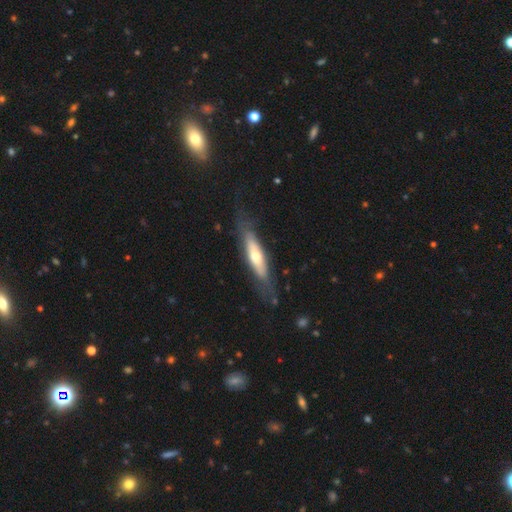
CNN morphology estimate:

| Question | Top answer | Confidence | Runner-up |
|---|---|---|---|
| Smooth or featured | featured or disk | 49% | smooth (45%) |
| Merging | none | 70% | minor disturbance (19%) |